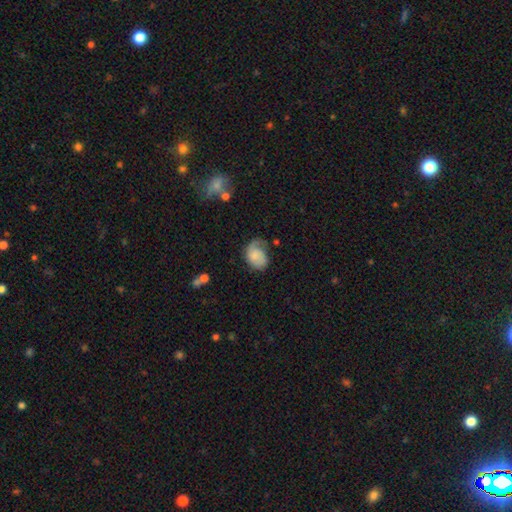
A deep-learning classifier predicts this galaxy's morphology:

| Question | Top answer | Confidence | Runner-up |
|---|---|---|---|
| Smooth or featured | smooth | 57% | featured or disk (35%) |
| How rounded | in between | 65% | round (34%) |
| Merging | none | 37% | minor disturbance (34%) |